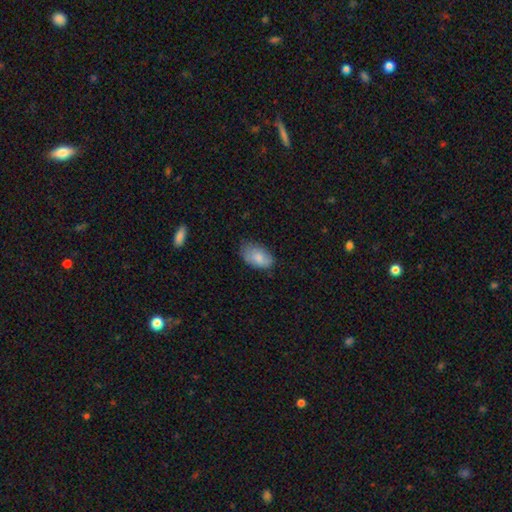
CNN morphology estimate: A smooth galaxy with no disk features (80%) that is in between round and cigar-shaped (93%).

Vote fractions:
- Smooth or featured? smooth: 80% / featured or disk: 13% / star or artifact: 7%
- How rounded? in between: 93% / round: 6% / cigar-shaped: 2%
- Merging? none: 62% / minor disturbance: 31% / major disturbance: 6% / merger: 1%